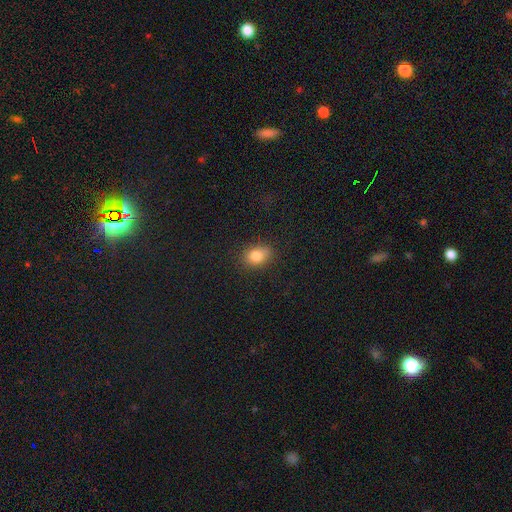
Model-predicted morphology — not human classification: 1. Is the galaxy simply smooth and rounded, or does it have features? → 82% smooth, 10% star or artifact, 8% featured or disk.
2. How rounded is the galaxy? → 67% in between, 32% round, 1% cigar-shaped.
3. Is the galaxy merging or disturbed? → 81% none, 14% minor disturbance, 4% major disturbance, 1% merger.